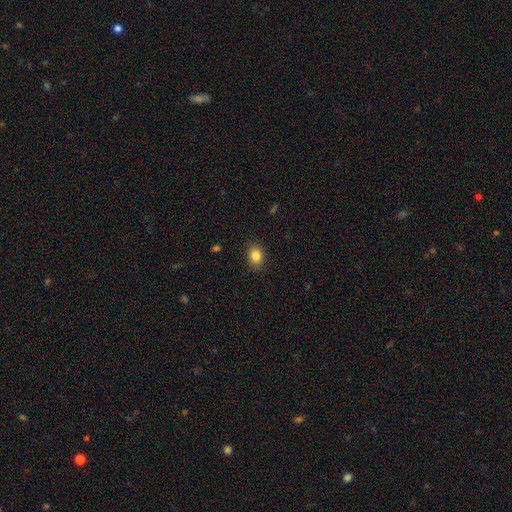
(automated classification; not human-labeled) This is clearly a smooth galaxy (85%). How rounded: possibly in between (59%). Merging: clearly none (88%).